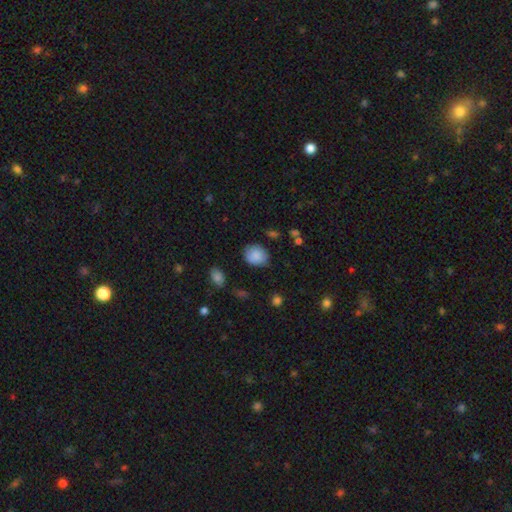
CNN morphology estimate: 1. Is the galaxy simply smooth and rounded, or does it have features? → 86% smooth, 8% star or artifact, 6% featured or disk.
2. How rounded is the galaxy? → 59% round, 40% in between, 1% cigar-shaped.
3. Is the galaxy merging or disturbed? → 75% none, 19% minor disturbance, 4% major disturbance, 2% merger.